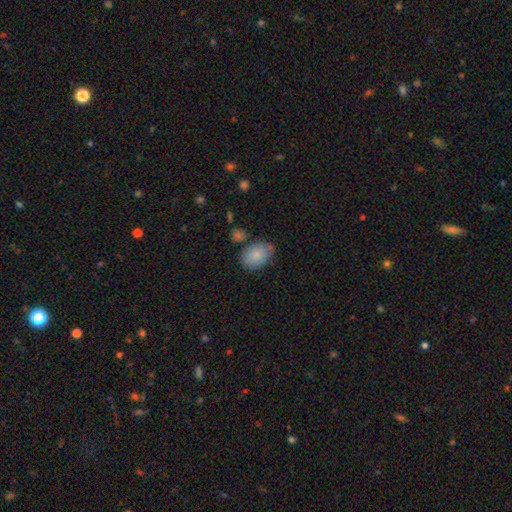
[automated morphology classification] This is clearly a smooth galaxy (83%). How rounded: clearly in between (87%). Merging: likely none (69%).